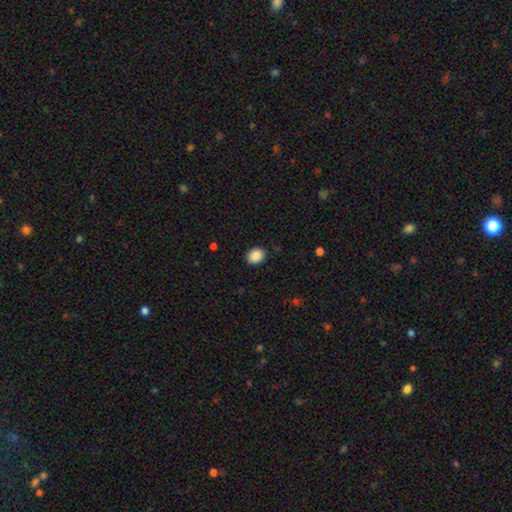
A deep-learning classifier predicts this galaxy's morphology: Smooth or featured: smooth — 89% (star or artifact — 8%)
How rounded: round — 52% (in between — 47%)
Merging: none — 89% (minor disturbance — 8%)